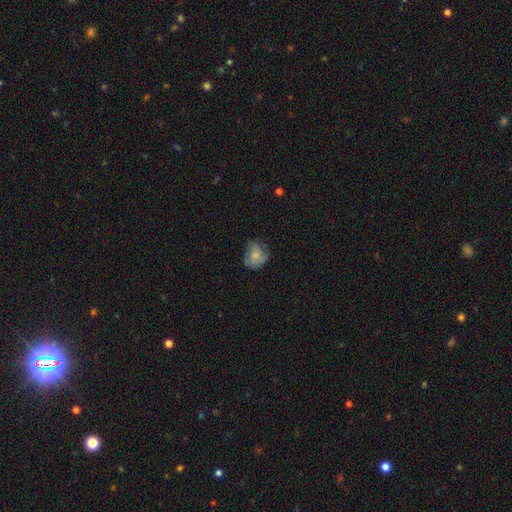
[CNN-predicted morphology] smooth_or_featured: smooth (p=0.54) [alt: featured or disk p=0.37]
how_rounded: round (p=0.57) [alt: in between p=0.42]
merging: none (p=0.53) [alt: minor disturbance p=0.30]